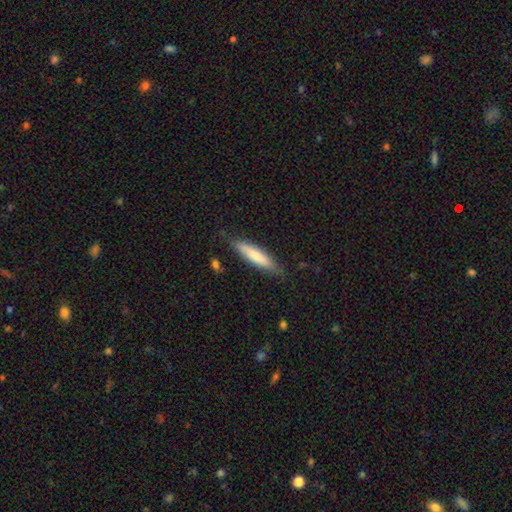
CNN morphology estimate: A smooth galaxy with no disk features (74%) that is cigar-shaped (80%).

Vote fractions:
- Smooth or featured? smooth: 74% / featured or disk: 21% / star or artifact: 5%
- How rounded? cigar-shaped: 80% / in between: 19% / round: 1%
- Merging? none: 81% / minor disturbance: 15% / major disturbance: 3% / merger: 2%